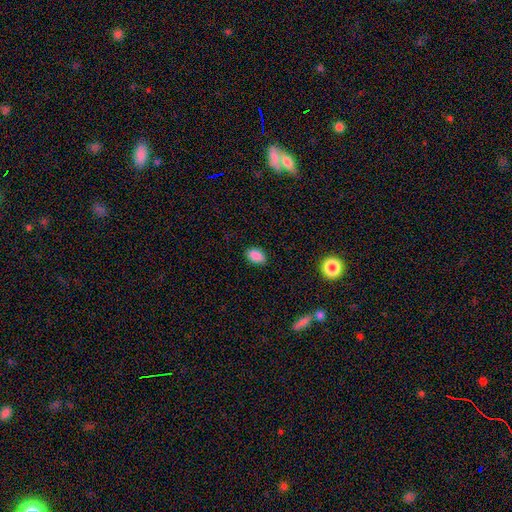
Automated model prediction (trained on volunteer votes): This appears to be a smooth galaxy with no disk features (88%) that is in between round and cigar-shaped (88%). Merging: none (84%).